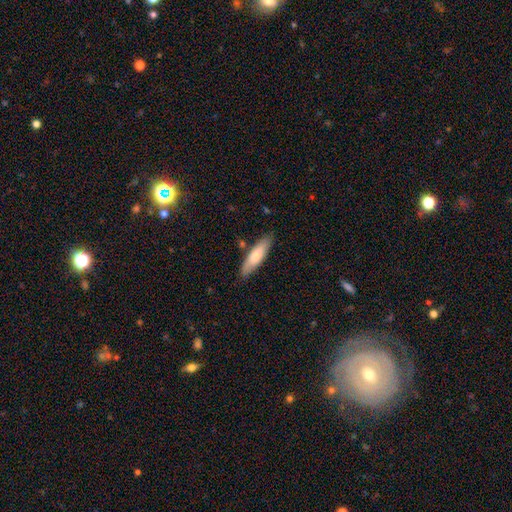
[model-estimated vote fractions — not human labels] smooth-or-featured: smooth: 74% | featured or disk: 20% | star or artifact: 5%
  how-rounded: cigar-shaped: 62% | in between: 36% | round: 1%
  merging: none: 82% | minor disturbance: 12% | merger: 3% | major disturbance: 2%